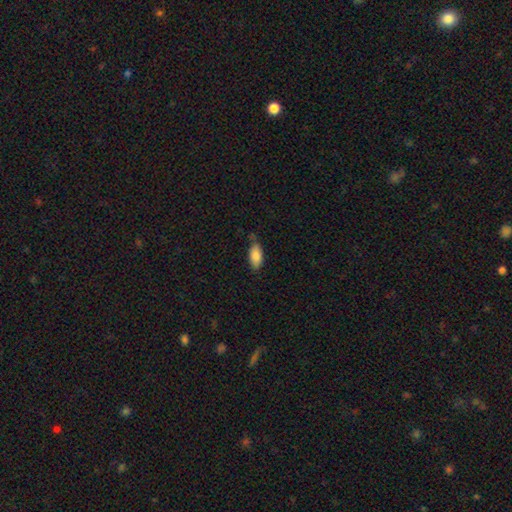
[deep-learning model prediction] Smooth or featured?
  - smooth: 86% *
  - featured or disk: 8%
  - star or artifact: 6%
How rounded?
  - in between: 88% *
  - cigar-shaped: 10%
  - round: 2%
Merging?
  - none: 68% *
  - minor disturbance: 25%
  - major disturbance: 4%
  - merger: 3%